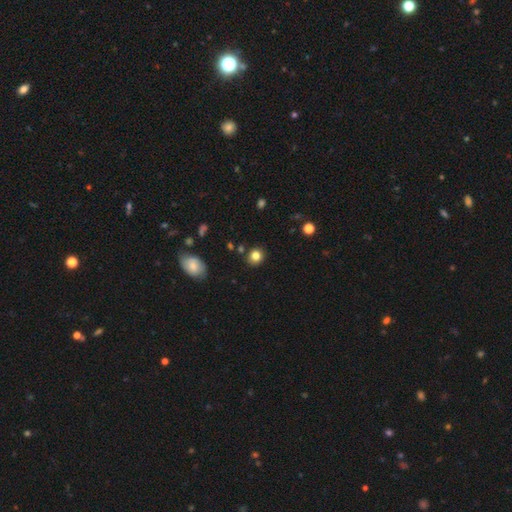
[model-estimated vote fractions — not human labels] Smooth or featured? smooth (83%)
How rounded? round (83%)
Merging? none (87%)